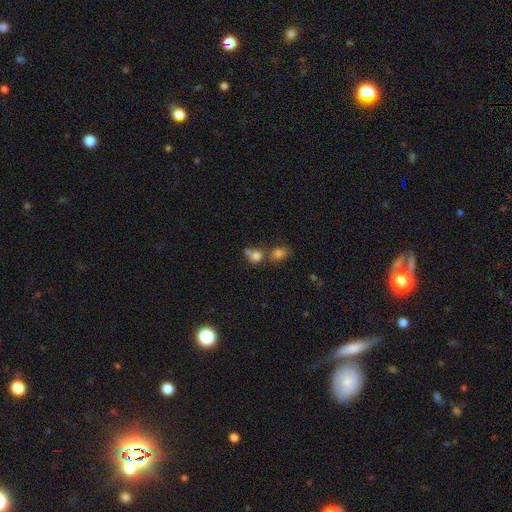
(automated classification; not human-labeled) Morphology: type=smooth (75%); roundness=round (77%); merging=merger (43%).